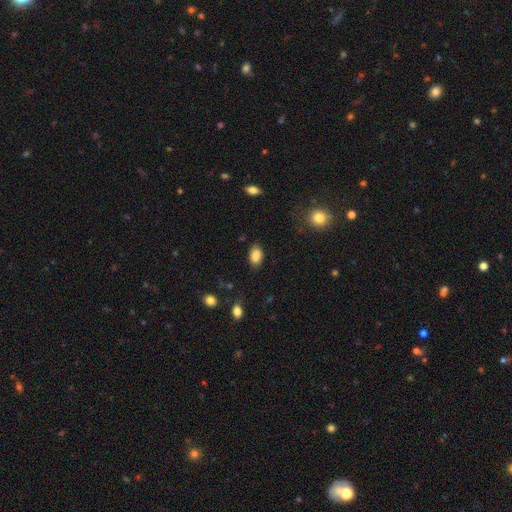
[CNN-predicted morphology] smooth-or-featured: smooth: 86% | star or artifact: 8% | featured or disk: 6%
  how-rounded: in between: 88% | round: 10% | cigar-shaped: 1%
  merging: none: 82% | minor disturbance: 13% | major disturbance: 3% | merger: 1%